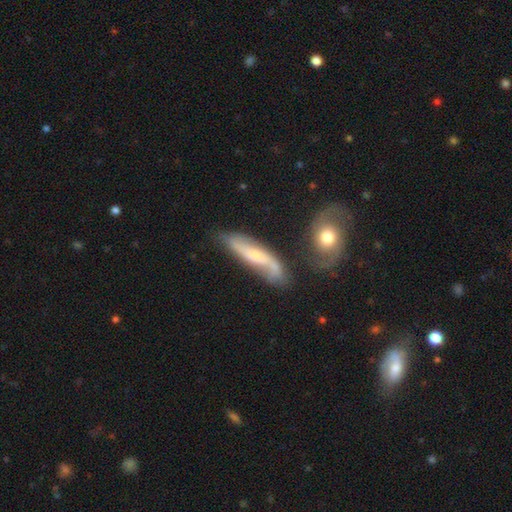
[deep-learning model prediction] This is likely a featured or disk galaxy (62%). It is likely not viewed edge-on (65%). Merging: possibly none (56%).